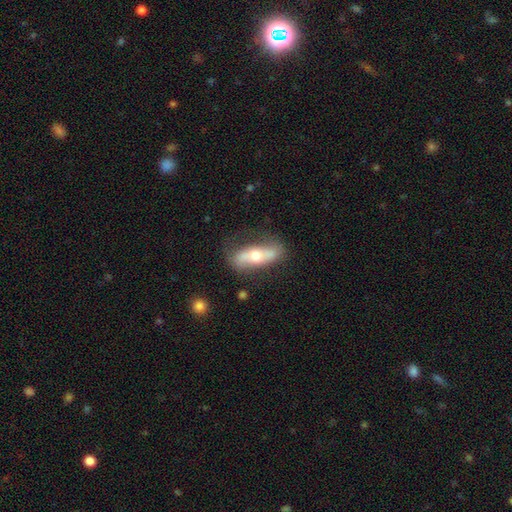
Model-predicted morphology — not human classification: A featured or disk galaxy (50%). Merging: none (71%).